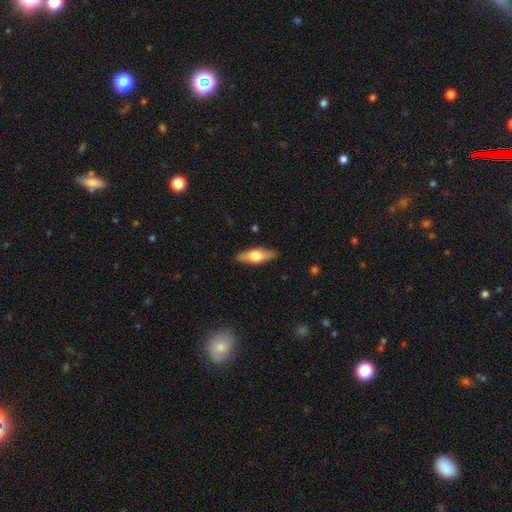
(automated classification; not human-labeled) This appears to be a smooth galaxy with no disk features (55%) that is in between round and cigar-shaped (60%). Merging: none (88%).